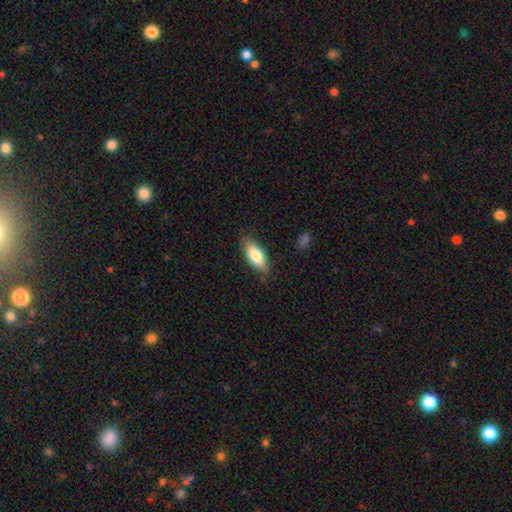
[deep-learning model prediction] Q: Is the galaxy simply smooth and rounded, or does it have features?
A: smooth — 79%.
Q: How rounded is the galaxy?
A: in between — 82%.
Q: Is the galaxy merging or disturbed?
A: none — 81%.